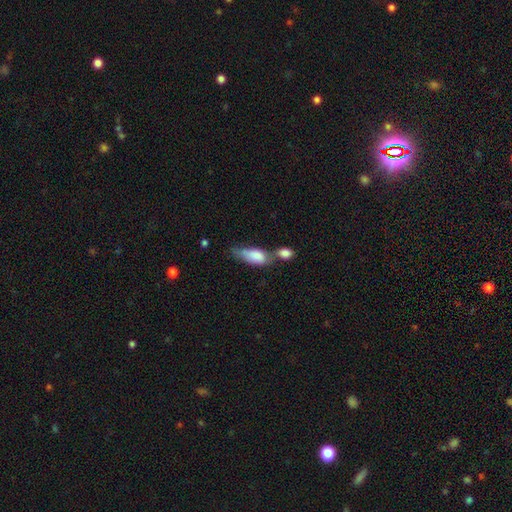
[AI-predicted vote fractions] The model was most divided on "merging": merger: 56%, none: 18%, minor disturbance: 15%, major disturbance: 11%. More confident: how rounded — in between (80%); smooth or featured — smooth (76%).